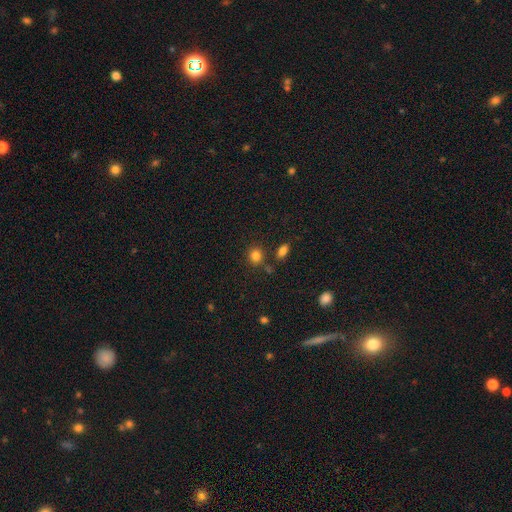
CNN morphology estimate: Smooth or featured: smooth — 83% (star or artifact — 12%)
How rounded: round — 78% (in between — 21%)
Merging: none — 77% (minor disturbance — 10%)